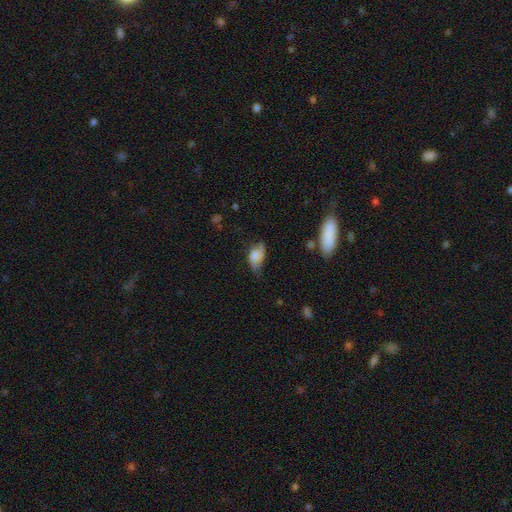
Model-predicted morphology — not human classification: A smooth galaxy with no disk features (64%) that is in between round and cigar-shaped (86%).

Vote fractions:
- Smooth or featured? smooth: 64% / featured or disk: 28% / star or artifact: 9%
- How rounded? in between: 86% / round: 10% / cigar-shaped: 4%
- Merging? minor disturbance: 40% / none: 37% / major disturbance: 20% / merger: 3%